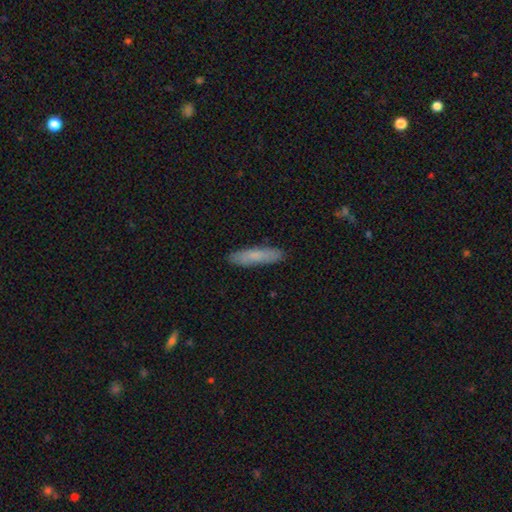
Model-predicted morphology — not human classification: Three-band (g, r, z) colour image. It shows a smooth galaxy with no disk features (76%) that is cigar-shaped (83%). Merging: none (89%).